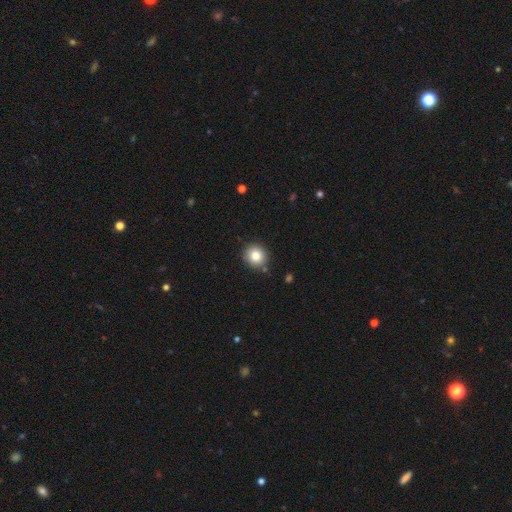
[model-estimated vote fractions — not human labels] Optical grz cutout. It shows a smooth galaxy with no disk features (81%) that is round (89%). Merging: none (86%).